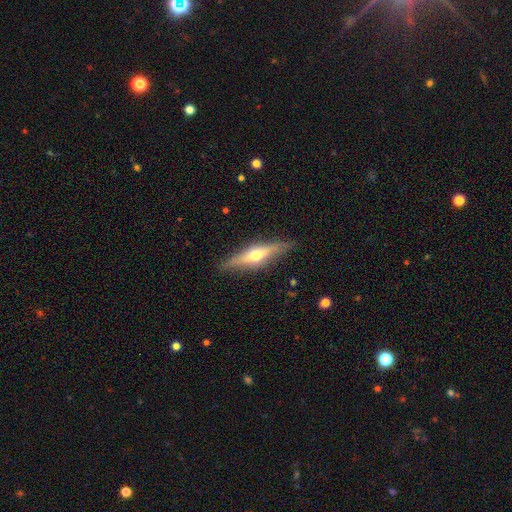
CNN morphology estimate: type=featured or disk (63%); edge-on=yes (93%); edge-on bulge=rounded (91%); merging=none (86%).